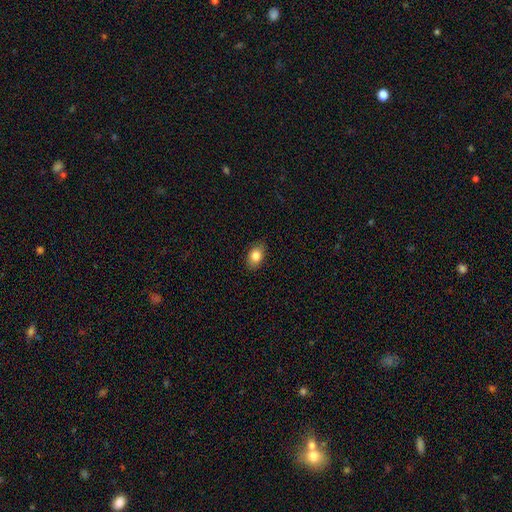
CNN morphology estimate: Smooth or featured: smooth — 83% (featured or disk — 9%)
How rounded: in between — 84% (round — 14%)
Merging: none — 86% (minor disturbance — 11%)